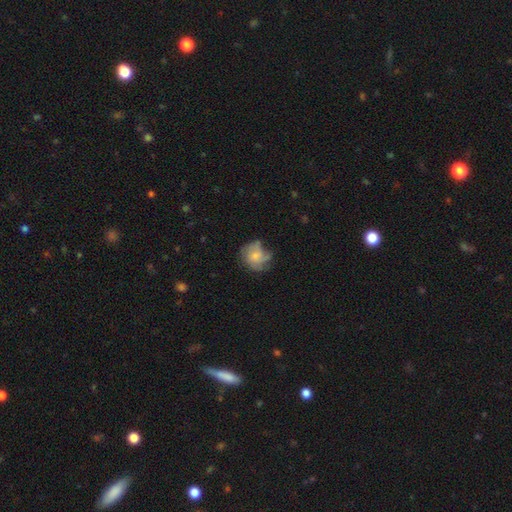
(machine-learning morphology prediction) smooth-or-featured: featured or disk: 58% | smooth: 33% | star or artifact: 9%
  disk-edge-on: no: 98% | yes: 2%
    bar: no: 79% | weak: 19% | strong: 3%
    has-spiral-arms: yes: 83% | no: 17%
    bulge-size: small: 61% | moderate: 28% | none: 8% | large: 2% | dominant: 1%
  merging: none: 51% | minor disturbance: 26% | major disturbance: 20% | merger: 3%